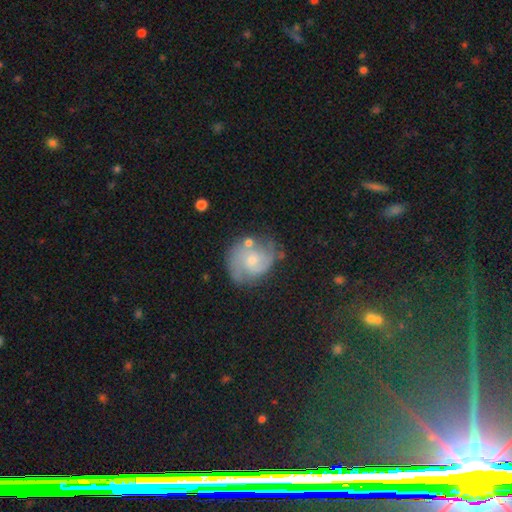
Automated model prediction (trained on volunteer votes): A featured or disk galaxy (68%) with no bar (66%), 2 (64%) medium (43%) spiral arms (88%) and a small central bulge (55%). Merging: none (60%).